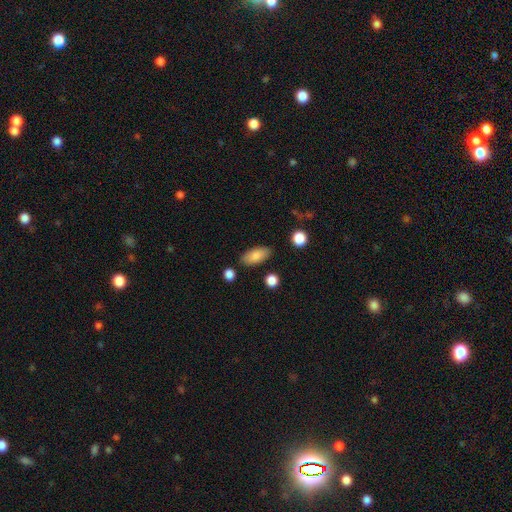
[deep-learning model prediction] smooth 85%, featured or disk 8%, star or artifact 7%. Down the decision tree: how rounded — in between (88%); merging — none (83%).